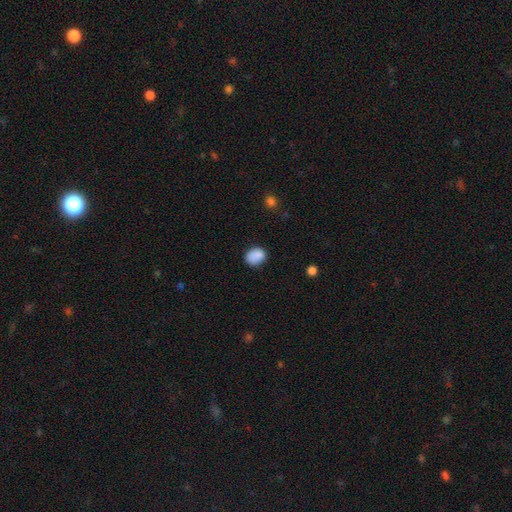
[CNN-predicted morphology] smooth_or_featured: smooth (p=0.88) [alt: star or artifact p=0.09]
how_rounded: in between (p=0.54) [alt: round p=0.45]
merging: none (p=0.78) [alt: minor disturbance p=0.17]